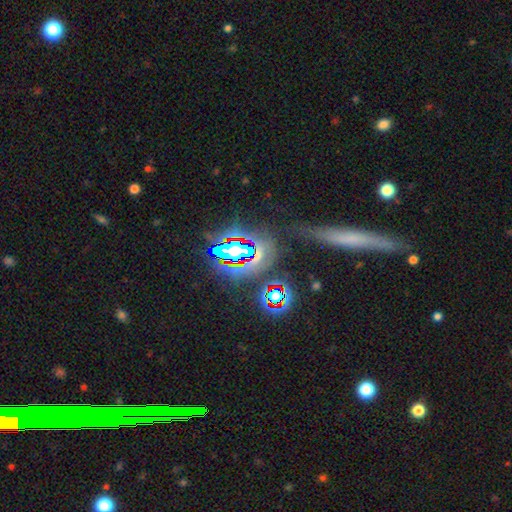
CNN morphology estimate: This appears to be a star or artifact, not a galaxy (69%).